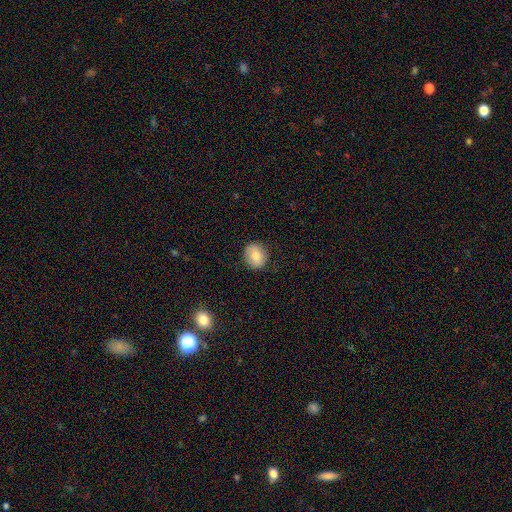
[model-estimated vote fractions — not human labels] smooth_or_featured: smooth (p=0.75) [alt: featured or disk p=0.16]
how_rounded: round (p=0.70) [alt: in between p=0.29]
merging: none (p=0.87) [alt: minor disturbance p=0.10]